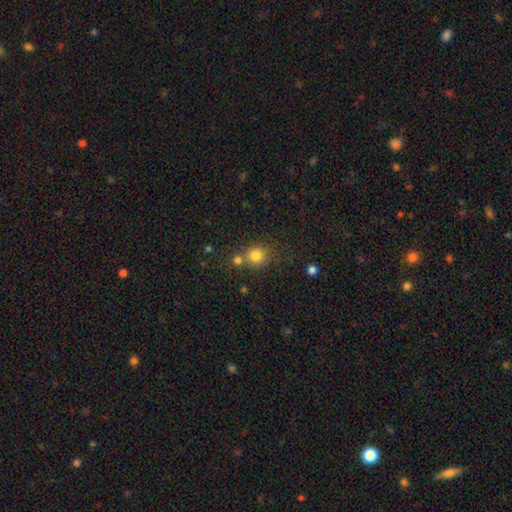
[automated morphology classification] Smooth or featured?
  - smooth: 81% *
  - star or artifact: 12%
  - featured or disk: 7%
How rounded?
  - round: 87% *
  - in between: 12%
  - cigar-shaped: 1%
Merging?
  - none: 60% *
  - merger: 26%
  - minor disturbance: 10%
  - major disturbance: 4%